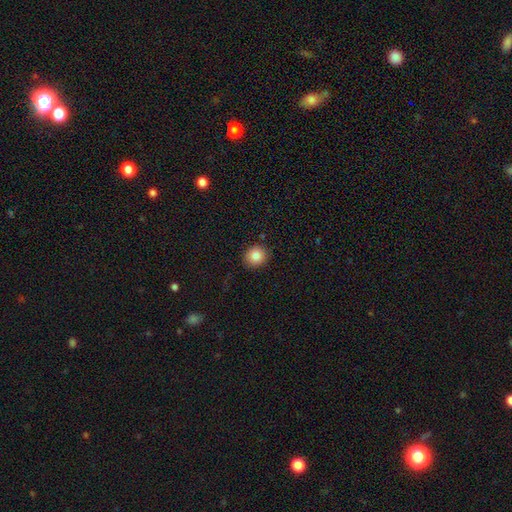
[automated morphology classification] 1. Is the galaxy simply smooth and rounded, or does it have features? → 86% smooth, 9% star or artifact, 5% featured or disk.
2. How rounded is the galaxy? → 80% round, 19% in between, 1% cigar-shaped.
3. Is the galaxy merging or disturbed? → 87% none, 9% minor disturbance, 2% major disturbance, 1% merger.